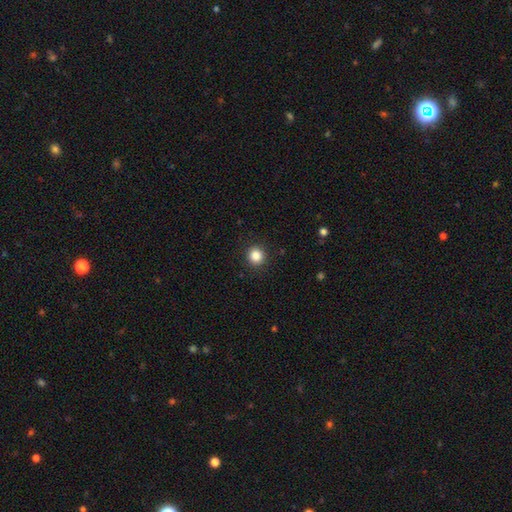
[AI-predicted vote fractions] The model was most divided on "smooth or featured": smooth: 86%, star or artifact: 11%, featured or disk: 4%. More confident: merging — none (92%); how rounded — round (92%).